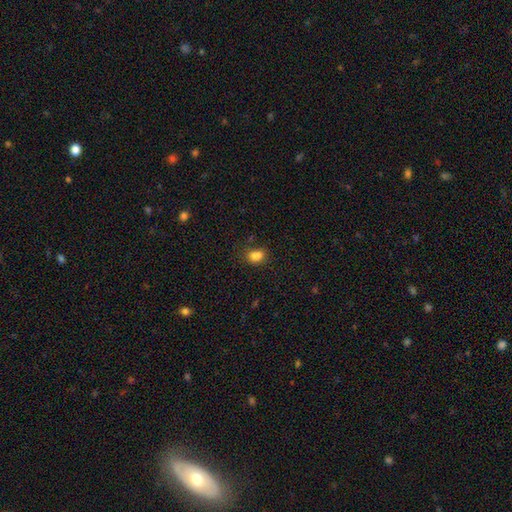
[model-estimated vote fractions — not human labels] smooth 80%, star or artifact 13%, featured or disk 8%. Down the decision tree: how rounded — in between (56%); merging — none (49%).